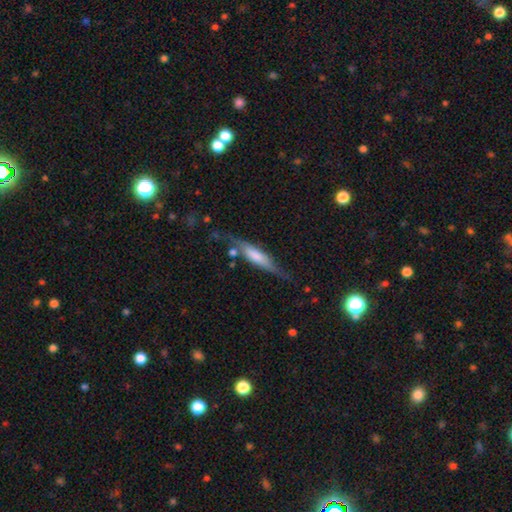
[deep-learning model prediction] Overall: featured or disk (47%; smooth 46%). Merging: none (57%; minor disturbance 24%).